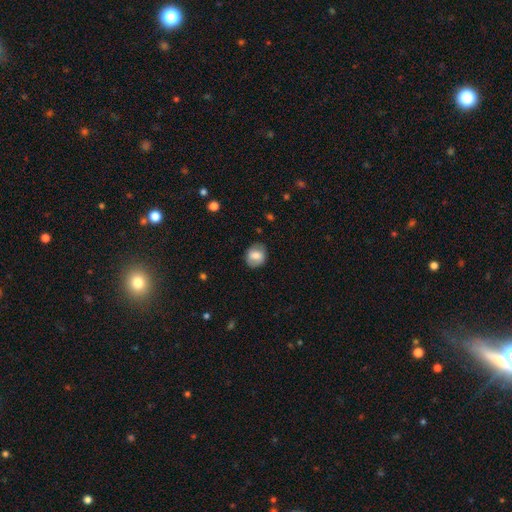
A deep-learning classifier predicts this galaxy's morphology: Q: Smooth or featured?
A: smooth (68%); runner-up: featured or disk (24%)
Q: How rounded?
A: round (67%); runner-up: in between (32%)
Q: Merging?
A: none (81%); runner-up: minor disturbance (14%)